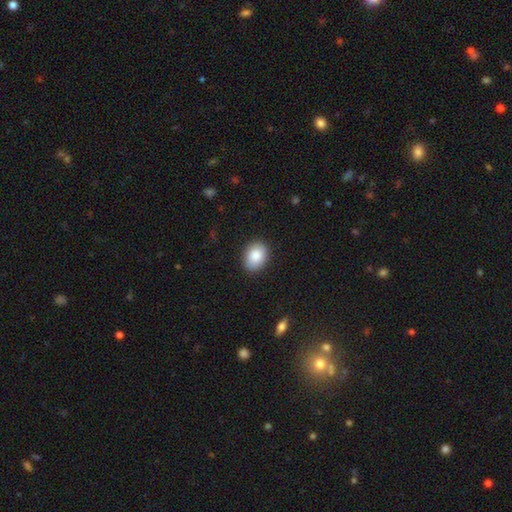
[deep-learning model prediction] A smooth galaxy with no disk features (86%) that is in between round and cigar-shaped (69%).

Vote fractions:
- Smooth or featured? smooth: 86% / star or artifact: 7% / featured or disk: 7%
- How rounded? in between: 69% / round: 30% / cigar-shaped: 1%
- Merging? none: 88% / minor disturbance: 9% / major disturbance: 2% / merger: 1%